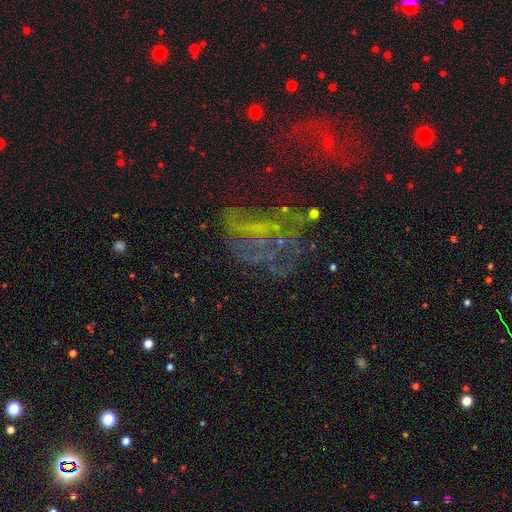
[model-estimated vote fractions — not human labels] Morphology: type=star or artifact (42%).